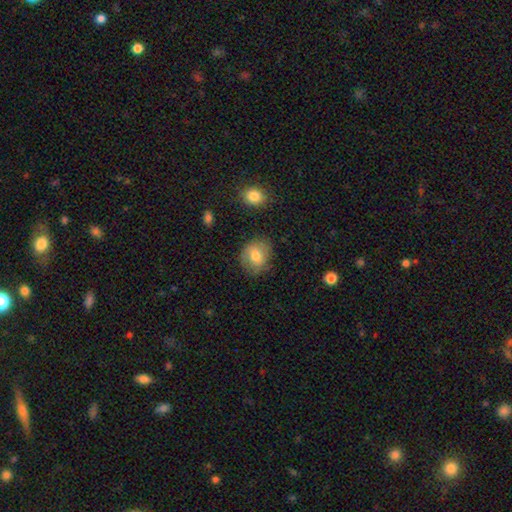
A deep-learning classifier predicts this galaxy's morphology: A smooth galaxy with no disk features (74%) that is round (63%).

Vote fractions:
- Smooth or featured? smooth: 74% / featured or disk: 18% / star or artifact: 8%
- How rounded? round: 63% / in between: 36% / cigar-shaped: 1%
- Merging? none: 74% / minor disturbance: 19% / major disturbance: 5% / merger: 2%